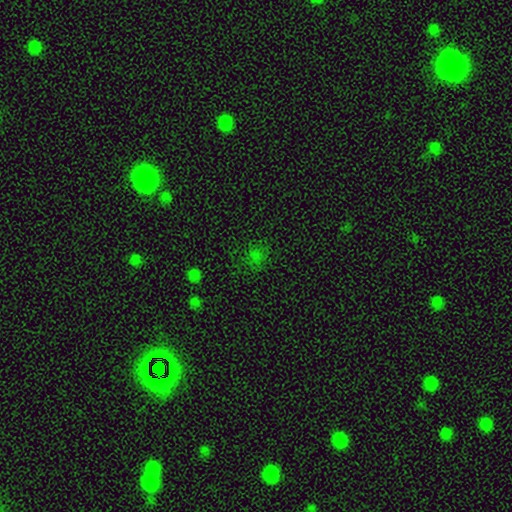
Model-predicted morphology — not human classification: The model was most divided on "smooth or featured": smooth: 55%, star or artifact: 39%, featured or disk: 6%. More confident: how rounded — round (80%); merging — none (79%).